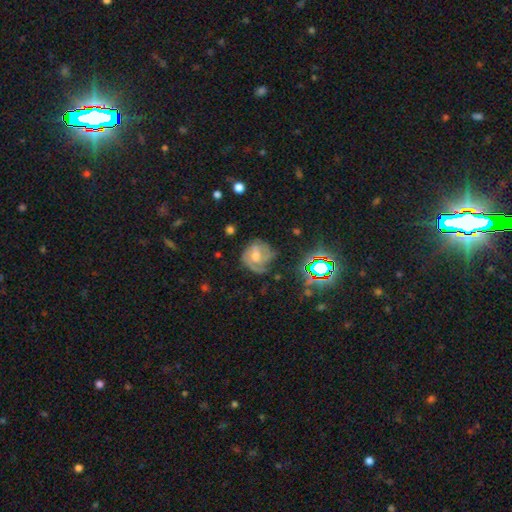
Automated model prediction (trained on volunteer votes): A featured or disk galaxy (59%) with no bar (52%), spiral arms (83%) and a moderate central bulge (60%).

Vote fractions:
- Smooth or featured? featured or disk: 59% / smooth: 25% / star or artifact: 16%
- Edge-on disk? no: 97% / yes: 3%
- Bar? no: 52% / weak: 37% / strong: 11%
- Spiral arms? yes: 83% / no: 17%
- Bulge size? moderate: 60% / small: 28% / large: 6% / none: 5% / dominant: 1%
- Merging? none: 57% / minor disturbance: 25% / major disturbance: 15% / merger: 3%